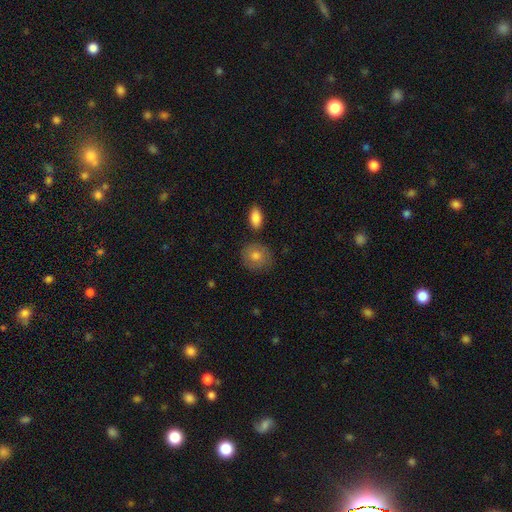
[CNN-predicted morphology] smooth-or-featured: smooth: 72% | featured or disk: 20% | star or artifact: 8%
  how-rounded: round: 74% | in between: 25% | cigar-shaped: 1%
  merging: none: 78% | minor disturbance: 14% | merger: 4% | major disturbance: 4%